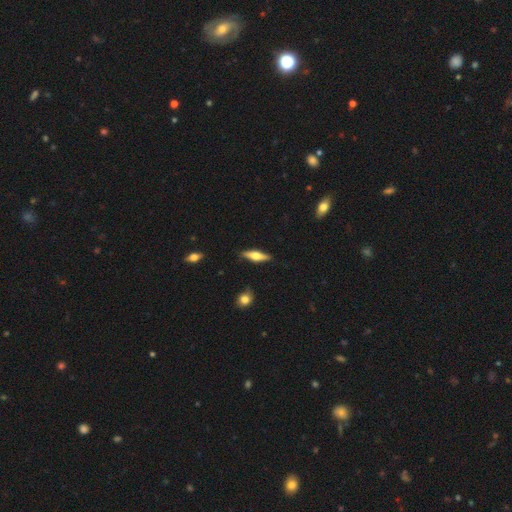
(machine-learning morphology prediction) This is possibly a featured or disk galaxy (51%). It is clearly viewed edge-on (93%). Merging: clearly none (86%).